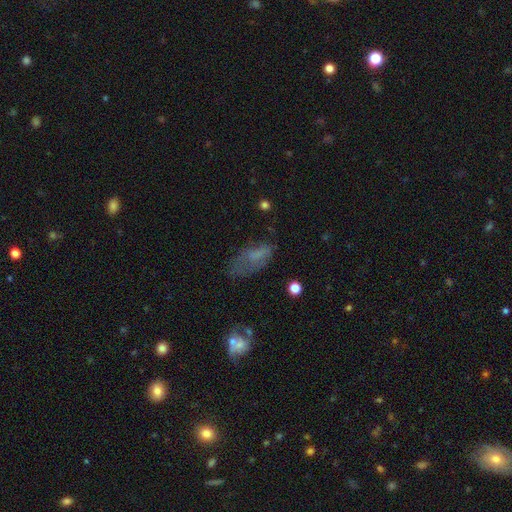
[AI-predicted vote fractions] The model was most divided on "merging": none: 42%, minor disturbance: 28%, major disturbance: 26%, merger: 4%. More confident: how rounded — in between (82%); smooth or featured — smooth (58%).